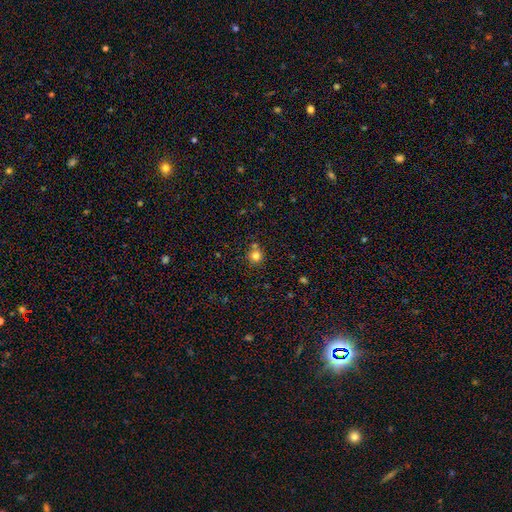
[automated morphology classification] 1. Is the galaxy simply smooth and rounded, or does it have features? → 80% smooth, 14% star or artifact, 6% featured or disk.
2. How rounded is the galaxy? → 92% round, 7% in between, 1% cigar-shaped.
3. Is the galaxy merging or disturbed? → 71% none, 16% merger, 10% minor disturbance, 3% major disturbance.